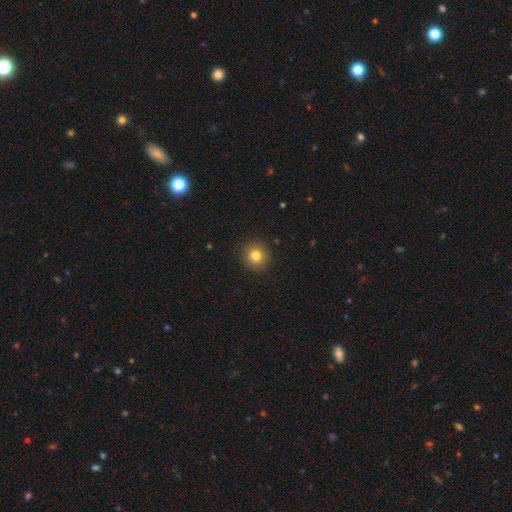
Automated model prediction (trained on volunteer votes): A smooth galaxy with no disk features (82%) that is round (91%).

Vote fractions:
- Smooth or featured? smooth: 82% / star or artifact: 12% / featured or disk: 7%
- How rounded? round: 91% / in between: 8% / cigar-shaped: 1%
- Merging? none: 91% / minor disturbance: 6% / major disturbance: 2% / merger: 1%